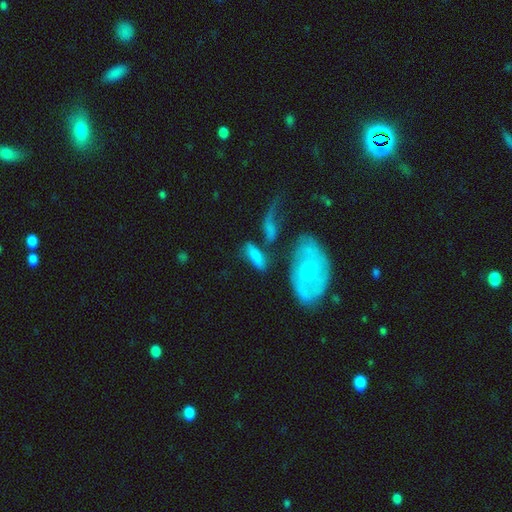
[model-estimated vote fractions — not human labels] Overall: smooth (63%; featured or disk 29%). How rounded: in between (70%). Merging: none (47%; minor disturbance 20%).